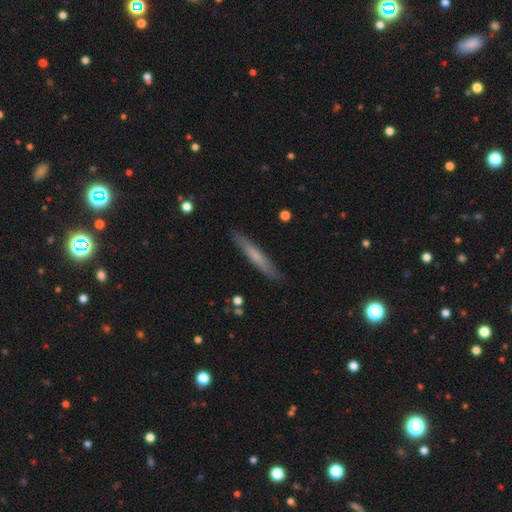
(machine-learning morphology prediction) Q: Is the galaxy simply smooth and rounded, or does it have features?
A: smooth — 59%.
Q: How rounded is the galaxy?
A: cigar-shaped — 94%.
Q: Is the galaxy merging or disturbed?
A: none — 89%.